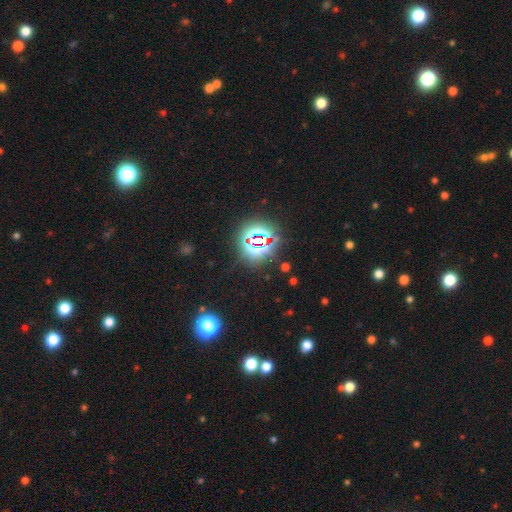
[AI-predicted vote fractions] Overall: star or artifact (81%).